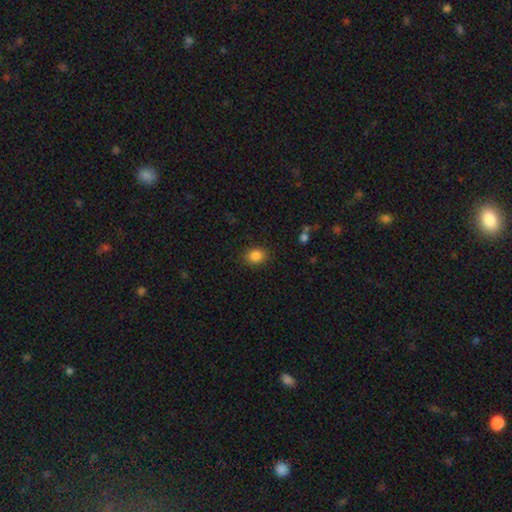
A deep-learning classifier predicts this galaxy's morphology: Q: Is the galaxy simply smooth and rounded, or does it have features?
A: smooth — 86%.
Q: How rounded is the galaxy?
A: round — 58%.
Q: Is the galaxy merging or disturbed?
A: none — 86%.